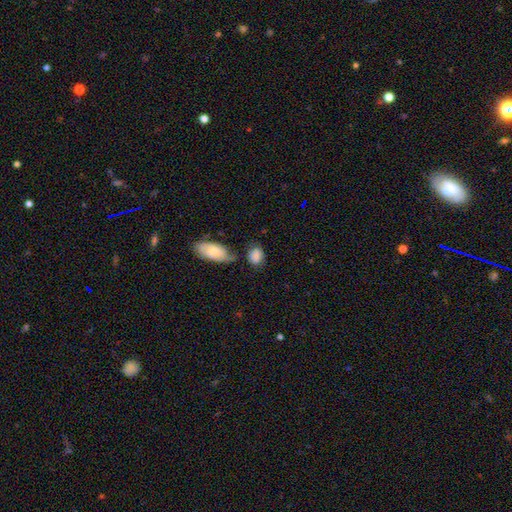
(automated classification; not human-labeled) Smooth or featured? Predicted: smooth (p=0.80). How rounded? Predicted: in between (p=0.61). Merging? Predicted: none (p=0.51).